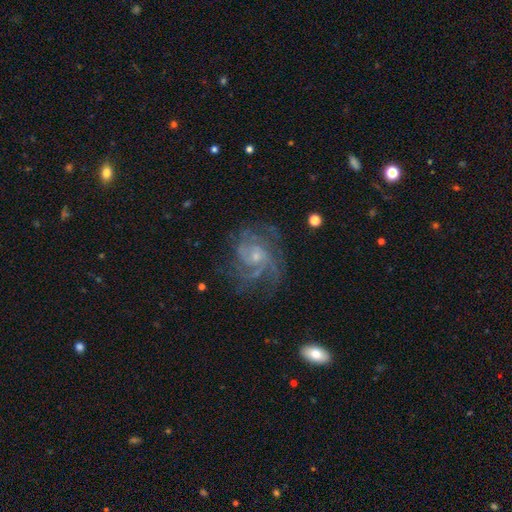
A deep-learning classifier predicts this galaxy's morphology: Q: Smooth or featured?
A: featured or disk (83%); runner-up: star or artifact (9%)
Q: Edge-on disk?
A: no (97%); runner-up: yes (3%)
Q: Bar?
A: no (68%); runner-up: weak (28%)
Q: Spiral arms?
A: yes (95%); runner-up: no (5%)
Q: Spiral winding?
A: medium (44%); runner-up: tight (43%)
Q: Spiral arm count?
A: can't tell (27%); runner-up: 3 (26%)
Q: Bulge size?
A: small (70%); runner-up: moderate (22%)
Q: Merging?
A: none (66%); runner-up: minor disturbance (17%)